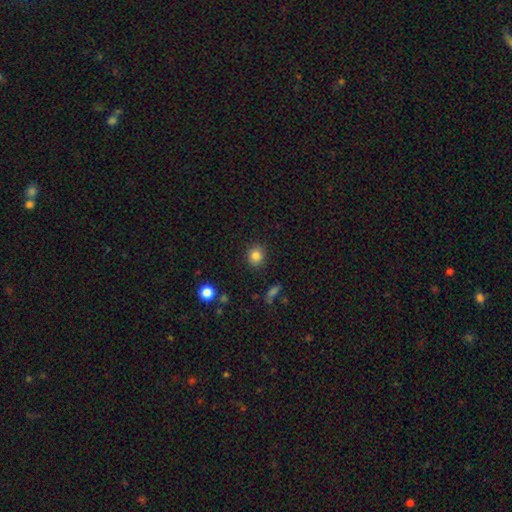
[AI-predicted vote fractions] A smooth galaxy with no disk features (83%) that is round (83%). Merging: none (88%).